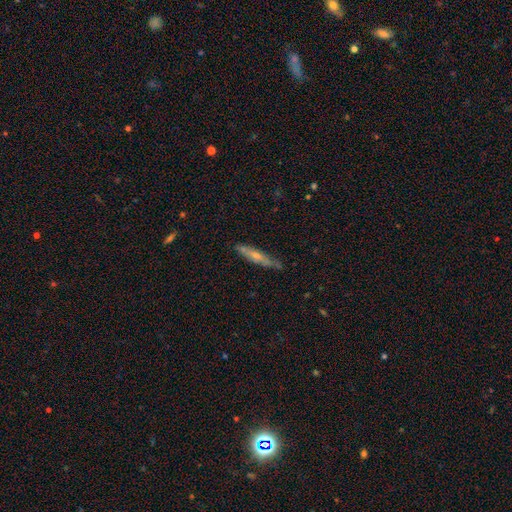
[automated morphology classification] The model was most divided on "smooth or featured": featured or disk: 50%, smooth: 43%, star or artifact: 7%. More confident: edge-on disk — yes (78%); merging — none (74%).